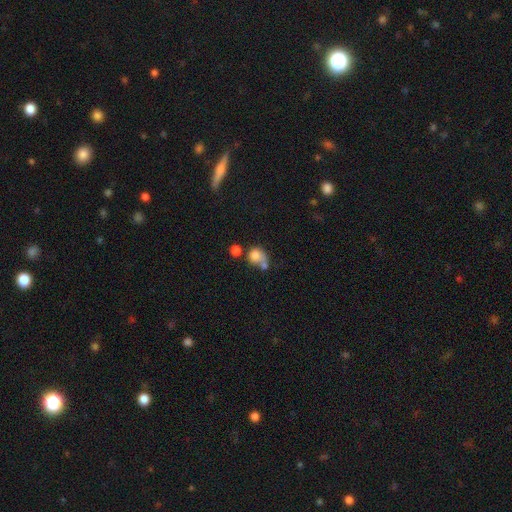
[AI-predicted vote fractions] smooth 76%, featured or disk 13%, star or artifact 11%. Down the decision tree: how rounded — round (69%); merging — merger (45%).